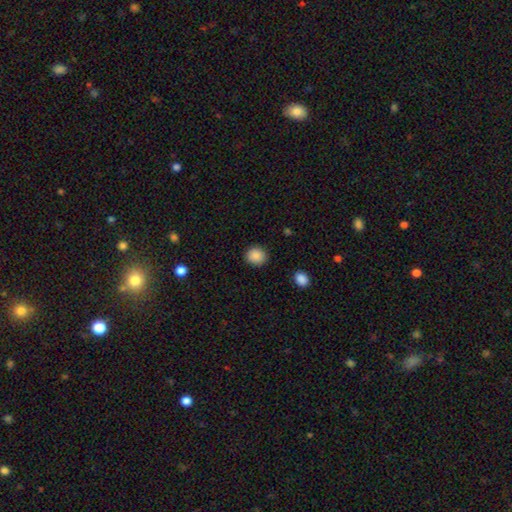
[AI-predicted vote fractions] smooth_or_featured: smooth (p=0.88) [alt: star or artifact p=0.09]
how_rounded: round (p=0.83) [alt: in between p=0.16]
merging: none (p=0.90) [alt: minor disturbance p=0.07]